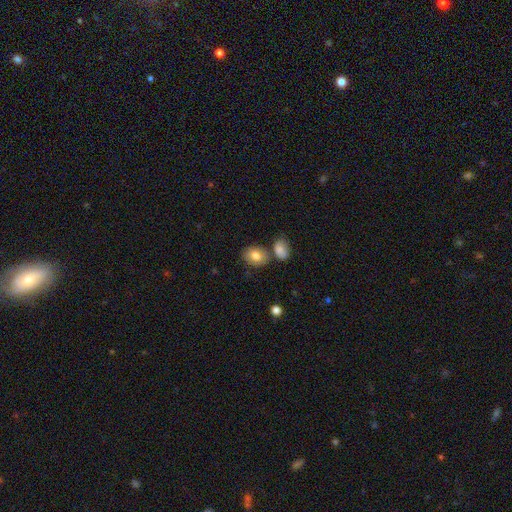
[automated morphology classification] smooth_or_featured: smooth (p=0.81) [alt: featured or disk p=0.11]
how_rounded: in between (p=0.64) [alt: round p=0.35]
merging: none (p=0.67) [alt: merger p=0.16]